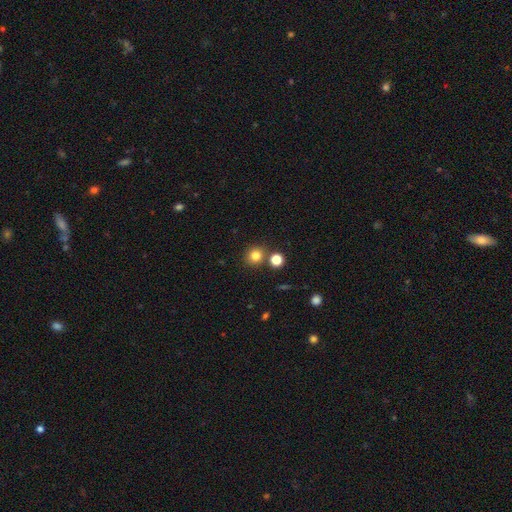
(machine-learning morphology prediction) type=smooth (80%); roundness=round (88%); merging=none (78%).